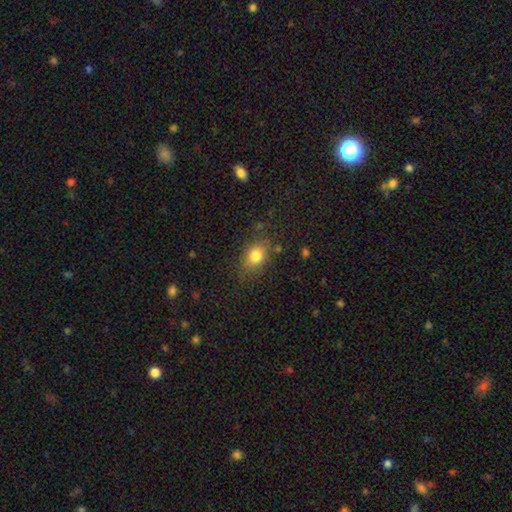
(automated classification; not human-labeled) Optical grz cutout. It shows a smooth galaxy with no disk features (81%) that is in between round and cigar-shaped (67%). Merging: none (76%).